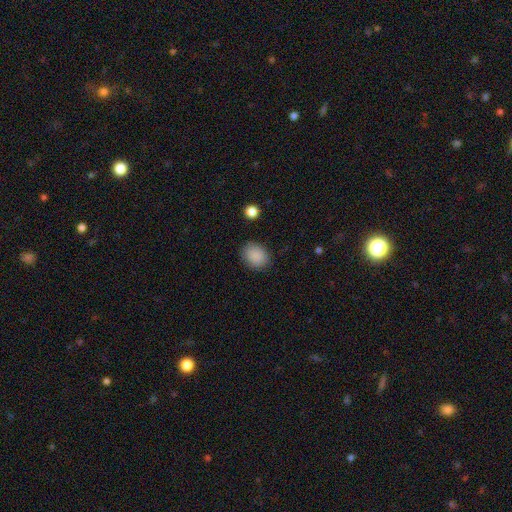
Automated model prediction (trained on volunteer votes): A smooth galaxy with no disk features (88%) that is in between round and cigar-shaped (50%). Merging: none (85%).